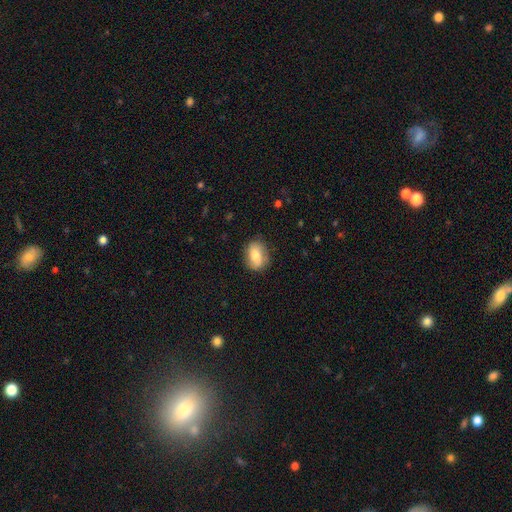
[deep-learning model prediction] smooth-or-featured: smooth: 72% | featured or disk: 20% | star or artifact: 8%
  how-rounded: in between: 73% | round: 25% | cigar-shaped: 2%
  merging: none: 75% | minor disturbance: 19% | major disturbance: 5% | merger: 1%